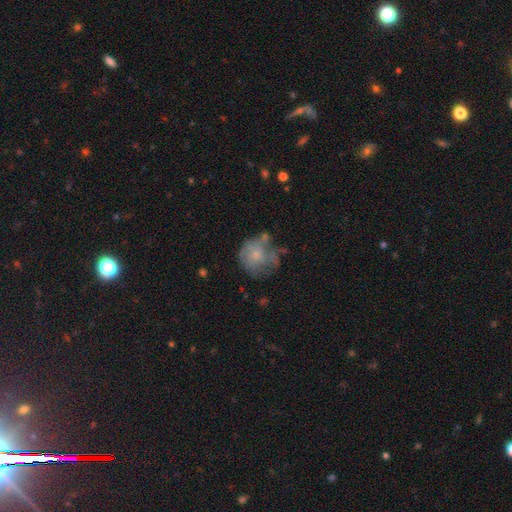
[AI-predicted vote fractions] smooth 51%, featured or disk 39%, star or artifact 10%. Down the decision tree: how rounded — round (77%); merging — none (42%).